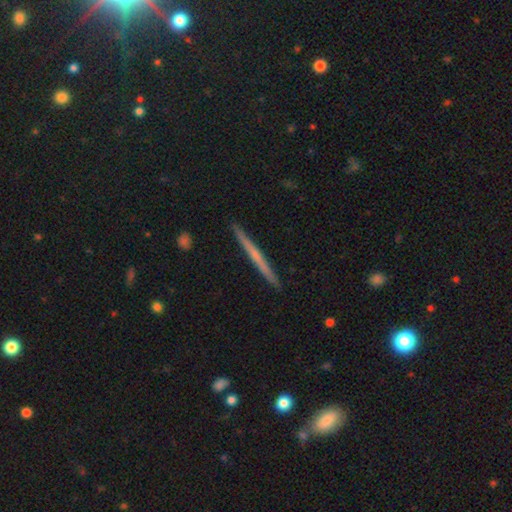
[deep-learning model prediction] This is possibly a featured or disk galaxy (53%). It is clearly viewed edge-on (98%). Edge-on bulge: clearly none (81%). Merging: clearly none (93%).